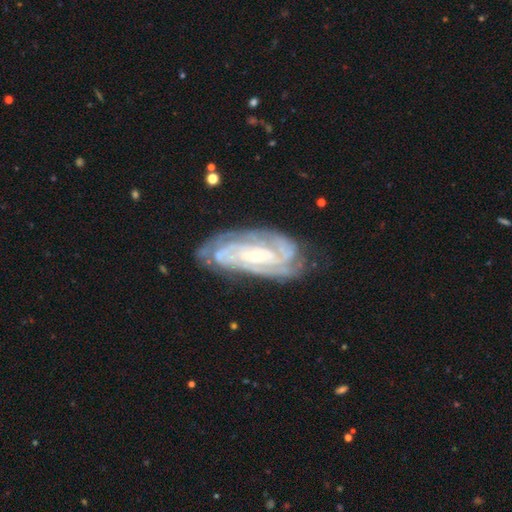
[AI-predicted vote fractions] smooth_or_featured: featured or disk (p=0.89) [alt: smooth p=0.06]
disk_edge_on: no (p=0.94) [alt: yes p=0.06]
bar: no (p=0.49) [alt: weak p=0.33]
has_spiral_arms: yes (p=0.98) [alt: no p=0.02]
spiral_winding: tight (p=0.75) [alt: medium p=0.22]
spiral_arm_count: 3 (p=0.25) [alt: can't tell p=0.22]
bulge_size: small (p=0.70) [alt: moderate p=0.25]
merging: none (p=0.75) [alt: minor disturbance p=0.18]